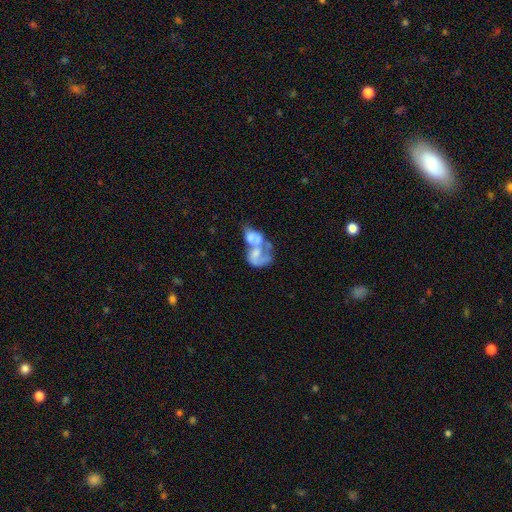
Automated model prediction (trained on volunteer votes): The model was most divided on "bulge size": none: 39%, moderate: 29%, small: 19%, large: 11%, dominant: 3%. More confident: edge-on disk — no (98%); bar — no (81%); merging — merger (70%); spiral arms — no (68%); smooth or featured — featured or disk (57%).